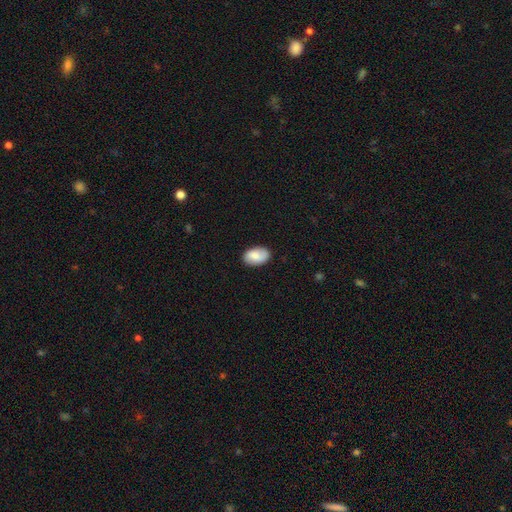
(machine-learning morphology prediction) type=smooth (79%); roundness=in between (91%); merging=none (83%).